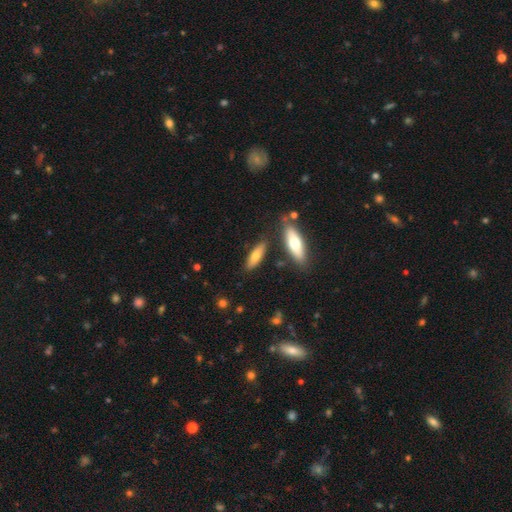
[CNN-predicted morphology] smooth 69%, featured or disk 24%, star or artifact 7%. Down the decision tree: how rounded — in between (53%); merging — none (78%).